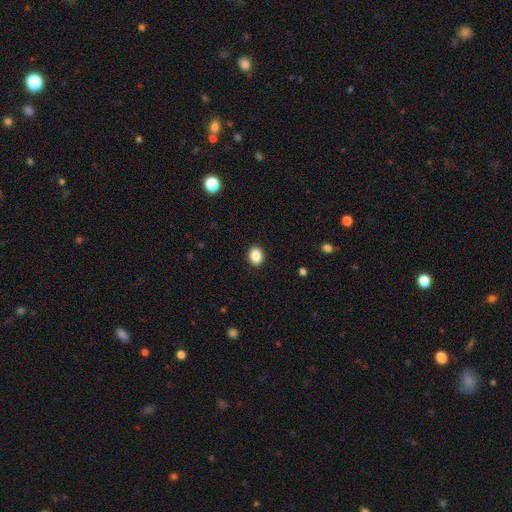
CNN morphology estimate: The model was most divided on "how rounded": in between: 60%, round: 39%, cigar-shaped: 1%. More confident: merging — none (91%); smooth or featured — smooth (87%).